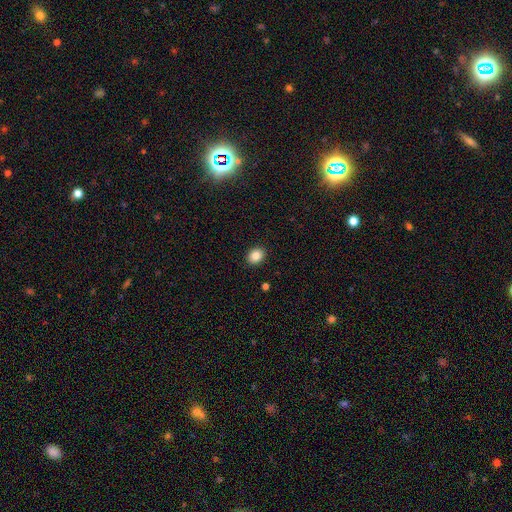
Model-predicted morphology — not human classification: Smooth or featured?
  - smooth: 85% *
  - star or artifact: 10%
  - featured or disk: 5%
How rounded?
  - round: 53% *
  - in between: 46%
  - cigar-shaped: 1%
Merging?
  - none: 91% *
  - minor disturbance: 6%
  - major disturbance: 2%
  - merger: 1%